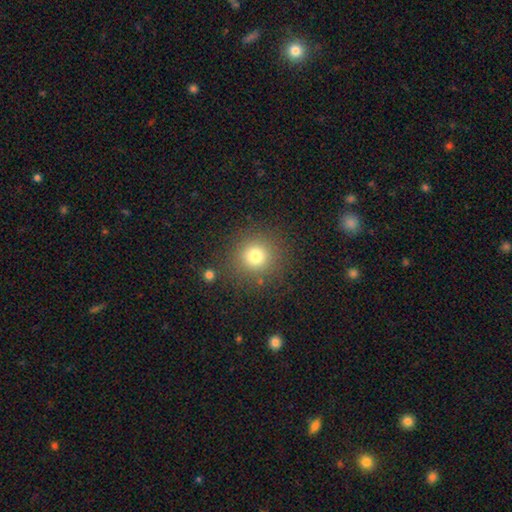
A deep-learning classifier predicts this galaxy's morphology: type=smooth (75%); roundness=round (94%); merging=none (85%).